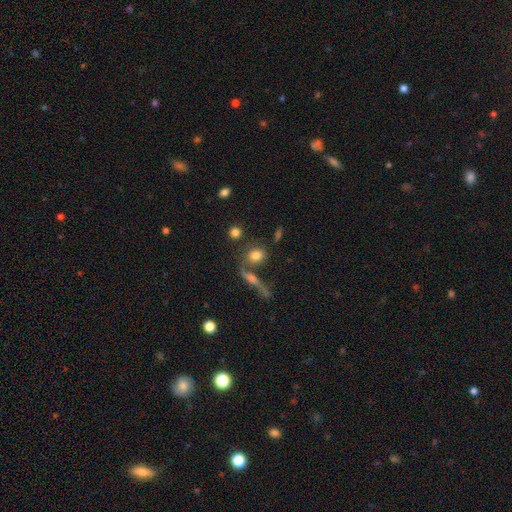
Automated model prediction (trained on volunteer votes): Q: Smooth or featured?
A: smooth (75%); runner-up: featured or disk (14%)
Q: How rounded?
A: round (56%); runner-up: in between (39%)
Q: Merging?
A: none (59%); runner-up: merger (22%)